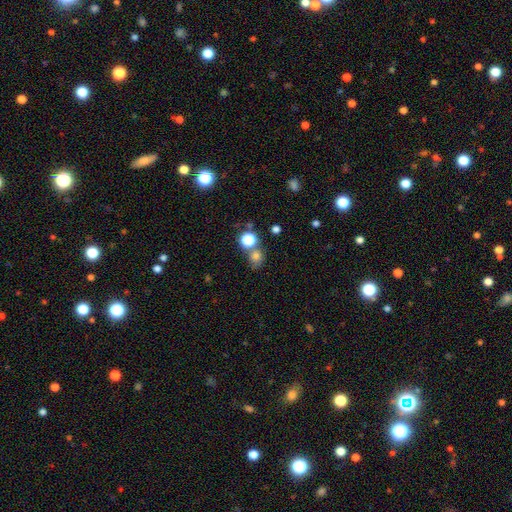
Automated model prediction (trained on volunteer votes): The model was most divided on "merging": none: 60%, merger: 24%, minor disturbance: 11%, major disturbance: 5%. More confident: how rounded — round (73%); smooth or featured — smooth (70%).